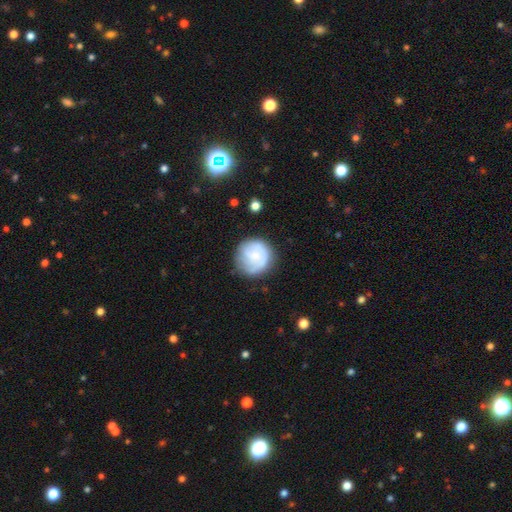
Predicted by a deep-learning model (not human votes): A smooth galaxy with no disk features (52%) that is round (91%). Merging: none (72%).